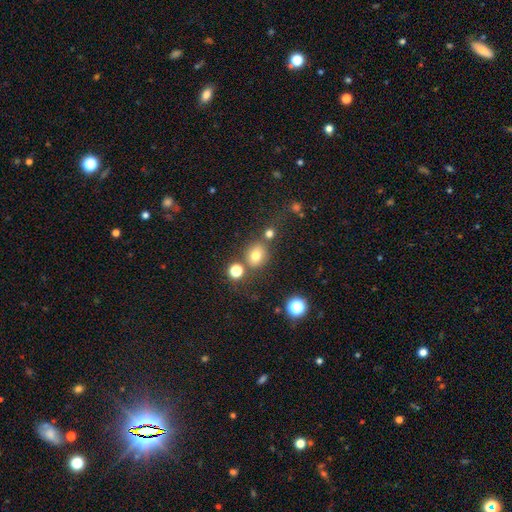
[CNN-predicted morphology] A smooth galaxy with no disk features (74%) that is round (69%).

Vote fractions:
- Smooth or featured? smooth: 74% / star or artifact: 17% / featured or disk: 10%
- How rounded? round: 69% / in between: 30% / cigar-shaped: 1%
- Merging? none: 71% / merger: 12% / minor disturbance: 12% / major disturbance: 4%